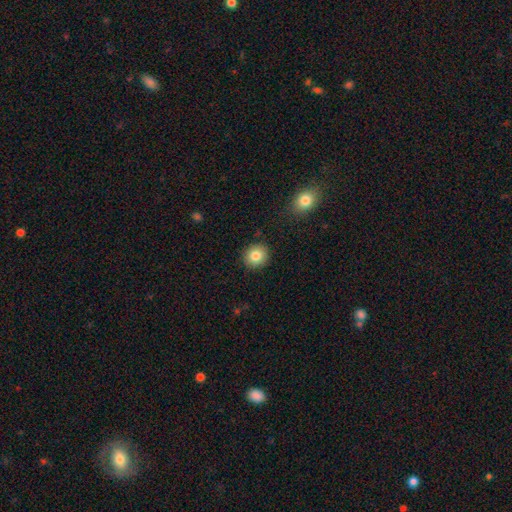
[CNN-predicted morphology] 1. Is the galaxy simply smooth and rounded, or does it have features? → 83% smooth, 10% star or artifact, 7% featured or disk.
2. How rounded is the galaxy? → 87% round, 12% in between, 1% cigar-shaped.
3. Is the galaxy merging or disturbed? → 90% none, 7% minor disturbance, 2% major disturbance, 1% merger.